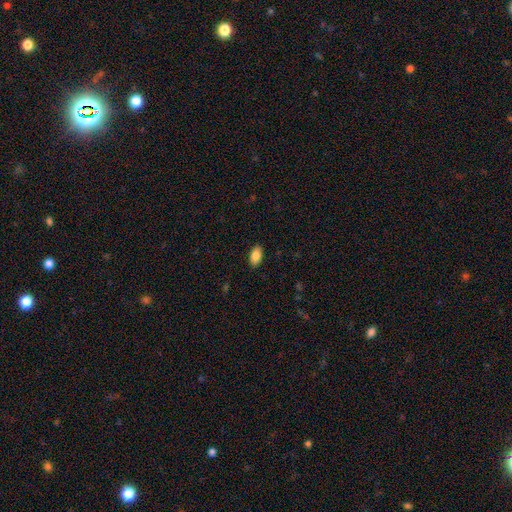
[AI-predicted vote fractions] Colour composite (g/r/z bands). It shows a smooth galaxy with no disk features (85%) that is in between round and cigar-shaped (93%). Merging: none (89%).